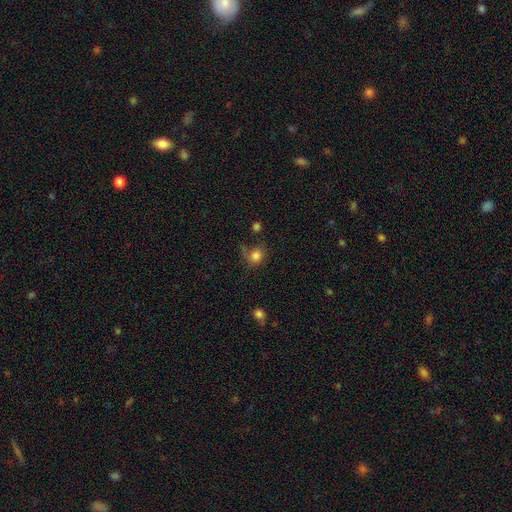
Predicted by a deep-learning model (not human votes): A smooth galaxy with no disk features (80%) that is round (67%).

Vote fractions:
- Smooth or featured? smooth: 80% / star or artifact: 11% / featured or disk: 9%
- How rounded? round: 67% / in between: 32% / cigar-shaped: 1%
- Merging? none: 50% / minor disturbance: 24% / major disturbance: 18% / merger: 8%